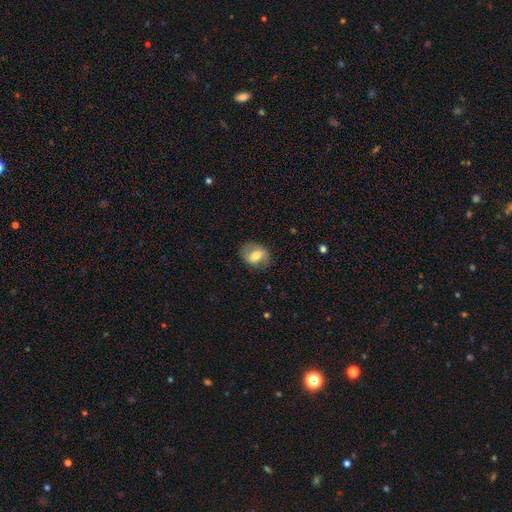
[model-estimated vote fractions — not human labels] Smooth or featured? Predicted: smooth (p=0.57). How rounded? Predicted: in between (p=0.61). Merging? Predicted: none (p=0.72).